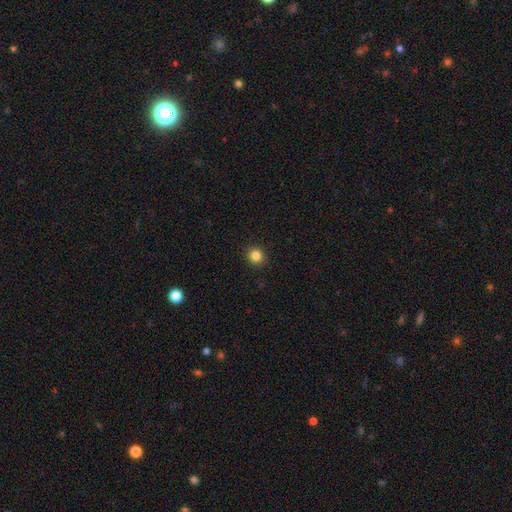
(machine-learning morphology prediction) smooth 84%, star or artifact 12%, featured or disk 4%. Down the decision tree: how rounded — round (88%); merging — none (92%).